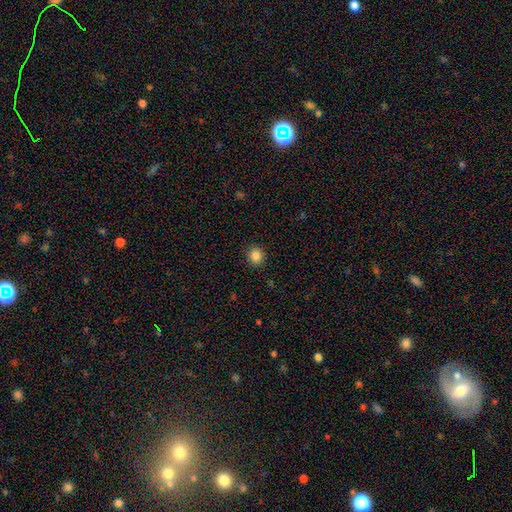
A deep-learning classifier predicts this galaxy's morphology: A smooth galaxy with no disk features (86%) that is round (75%). Merging: none (89%).